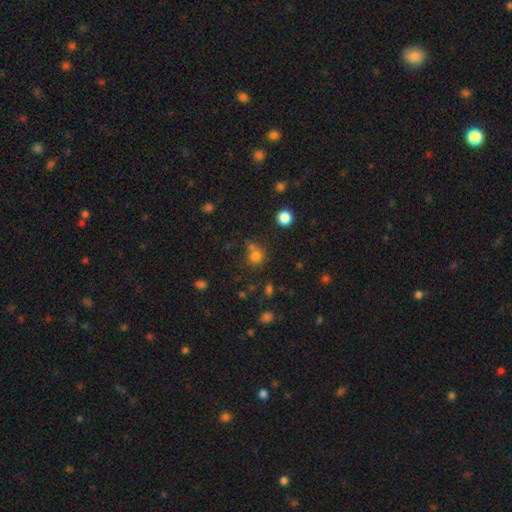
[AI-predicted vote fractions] smooth-or-featured: smooth: 76% | star or artifact: 17% | featured or disk: 7%
  how-rounded: round: 85% | in between: 14% | cigar-shaped: 1%
  merging: none: 59% | merger: 22% | minor disturbance: 13% | major disturbance: 6%